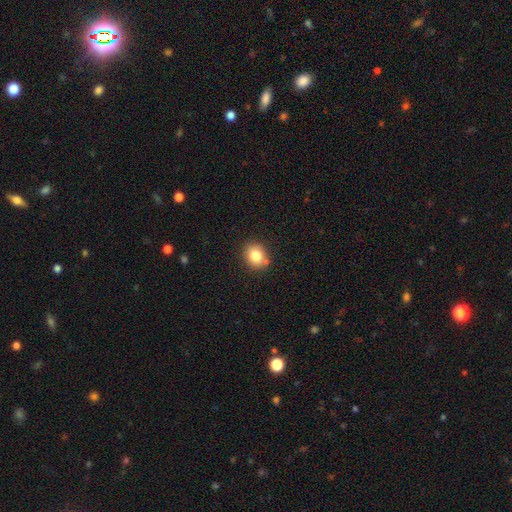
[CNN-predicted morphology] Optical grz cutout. It shows a smooth galaxy with no disk features (82%) that is round (65%). Merging: none (79%).